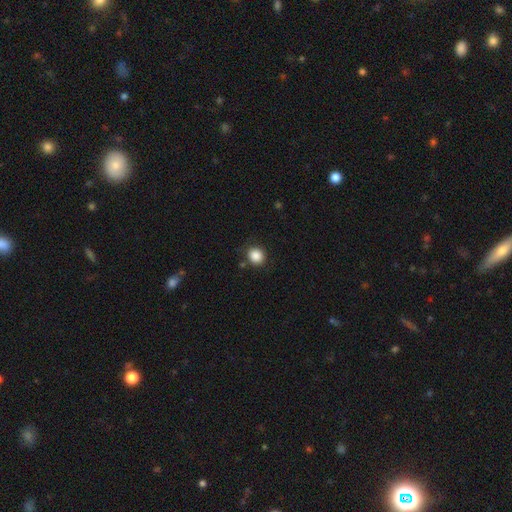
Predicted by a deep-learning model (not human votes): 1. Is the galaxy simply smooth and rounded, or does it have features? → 87% smooth, 10% star or artifact, 3% featured or disk.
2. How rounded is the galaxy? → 86% round, 13% in between, 1% cigar-shaped.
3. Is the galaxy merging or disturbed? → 84% none, 11% minor disturbance, 3% major disturbance, 2% merger.